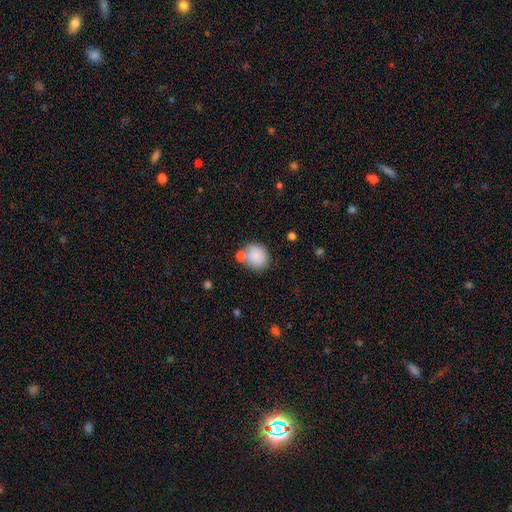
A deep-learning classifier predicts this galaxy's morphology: Q: Smooth or featured?
A: smooth (85%); runner-up: star or artifact (8%)
Q: How rounded?
A: round (79%); runner-up: in between (20%)
Q: Merging?
A: none (68%); runner-up: merger (15%)